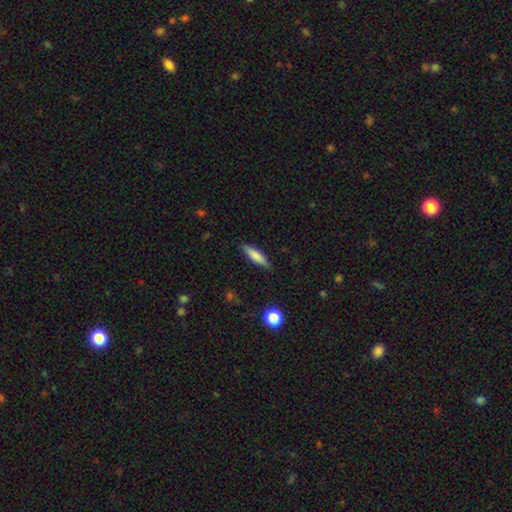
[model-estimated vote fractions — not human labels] smooth_or_featured: smooth (p=0.77) [alt: featured or disk p=0.16]
how_rounded: cigar-shaped (p=0.69) [alt: in between p=0.29]
merging: none (p=0.86) [alt: minor disturbance p=0.10]